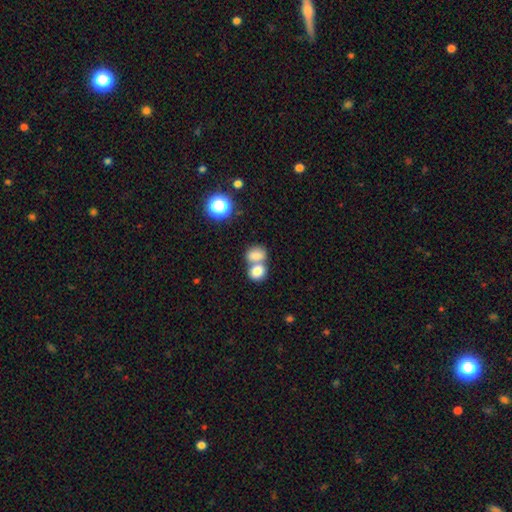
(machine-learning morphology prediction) Smooth or featured?
  - smooth: 80% *
  - featured or disk: 10%
  - star or artifact: 10%
How rounded?
  - in between: 55% *
  - round: 44%
  - cigar-shaped: 1%
Merging?
  - merger: 61% *
  - none: 28%
  - minor disturbance: 7%
  - major disturbance: 3%